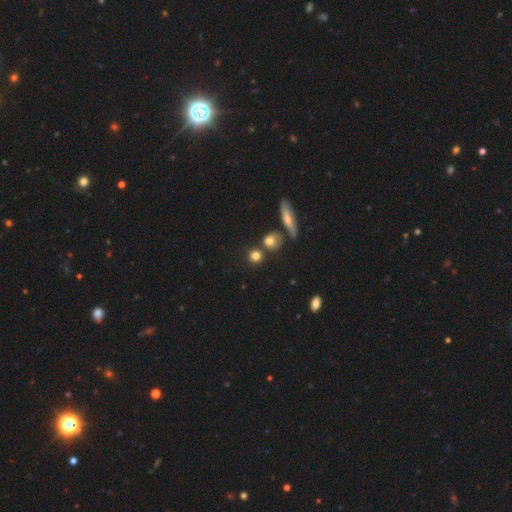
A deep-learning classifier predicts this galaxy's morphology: smooth-or-featured: smooth: 79% | star or artifact: 12% | featured or disk: 9%
  how-rounded: round: 85% | in between: 12% | cigar-shaped: 3%
  merging: none: 73% | merger: 15% | minor disturbance: 9% | major disturbance: 3%